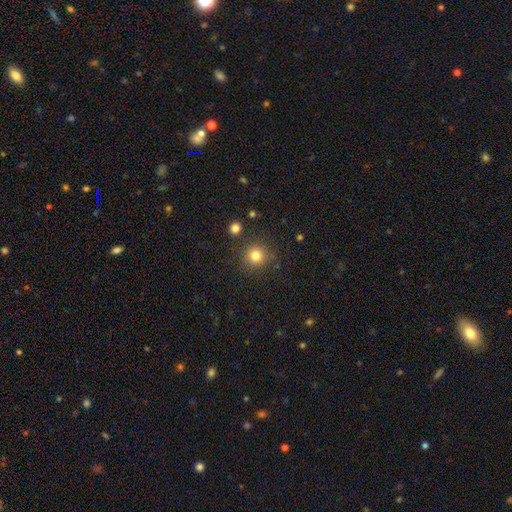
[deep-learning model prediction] Q: Smooth or featured?
A: smooth (81%); runner-up: star or artifact (13%)
Q: How rounded?
A: round (93%); runner-up: in between (6%)
Q: Merging?
A: none (86%); runner-up: minor disturbance (8%)